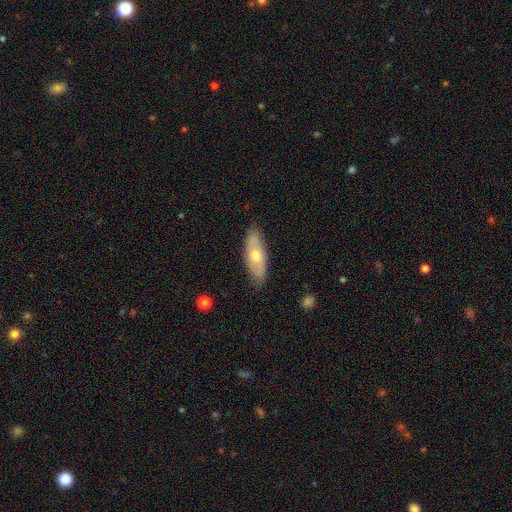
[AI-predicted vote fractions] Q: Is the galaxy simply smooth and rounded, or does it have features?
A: smooth — 56%.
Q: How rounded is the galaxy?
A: in between — 72%.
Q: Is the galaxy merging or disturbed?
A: none — 83%.